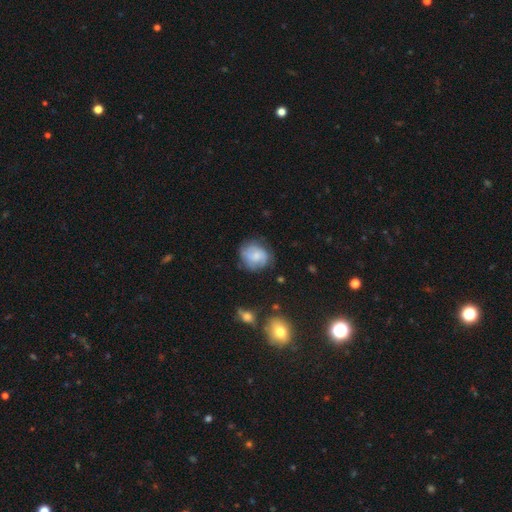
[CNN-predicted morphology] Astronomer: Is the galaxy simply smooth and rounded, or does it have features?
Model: smooth — 53% (runner-up: featured or disk, 38%).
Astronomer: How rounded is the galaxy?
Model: round — 70%.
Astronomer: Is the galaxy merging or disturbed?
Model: none — 67%.